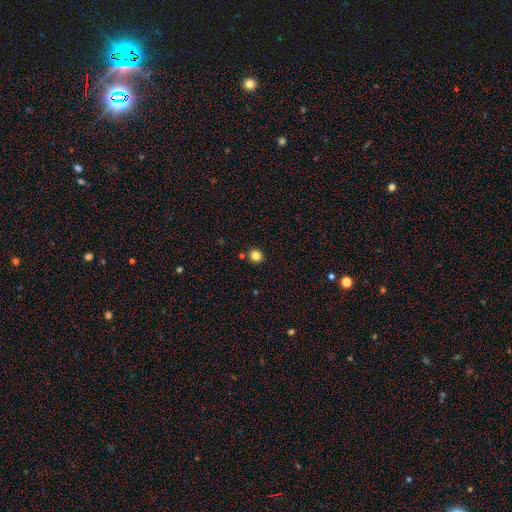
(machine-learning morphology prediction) The model was most divided on "smooth or featured": smooth: 83%, star or artifact: 12%, featured or disk: 5%. More confident: how rounded — round (92%); merging — none (88%).